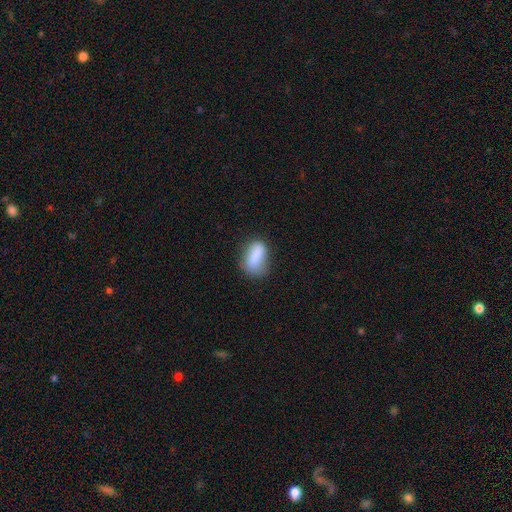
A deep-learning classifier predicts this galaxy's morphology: Smooth or featured?
  - smooth: 82% *
  - featured or disk: 9%
  - star or artifact: 9%
How rounded?
  - in between: 84% *
  - cigar-shaped: 9%
  - round: 7%
Merging?
  - none: 54% *
  - minor disturbance: 30%
  - major disturbance: 12%
  - merger: 3%